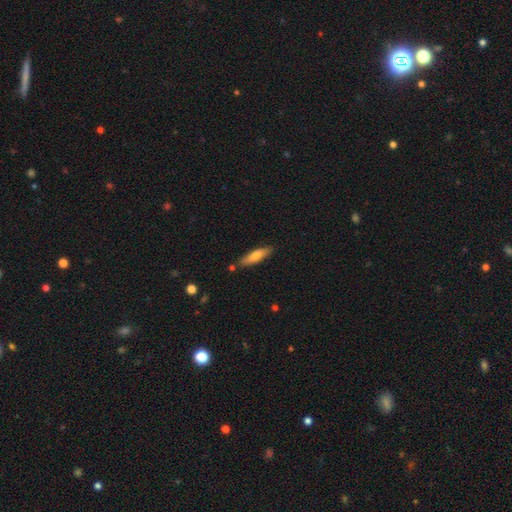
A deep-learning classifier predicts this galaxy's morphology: A smooth galaxy with no disk features (73%) that is cigar-shaped (73%).

Vote fractions:
- Smooth or featured? smooth: 73% / featured or disk: 21% / star or artifact: 6%
- How rounded? cigar-shaped: 73% / in between: 25% / round: 2%
- Merging? none: 82% / minor disturbance: 12% / merger: 4% / major disturbance: 2%